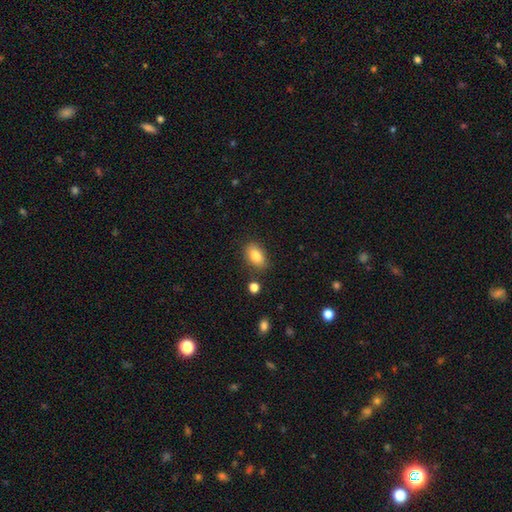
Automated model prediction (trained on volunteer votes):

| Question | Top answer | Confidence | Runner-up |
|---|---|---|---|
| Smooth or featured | smooth | 84% | star or artifact (8%) |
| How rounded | in between | 88% | round (9%) |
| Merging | none | 82% | minor disturbance (12%) |